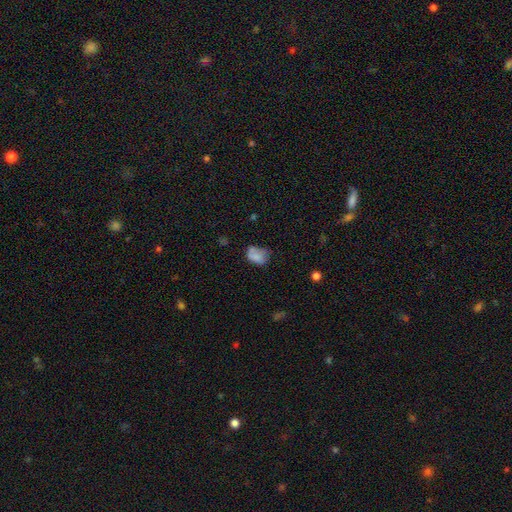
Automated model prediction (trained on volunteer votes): Smooth or featured? Predicted: smooth (p=0.74). How rounded? Predicted: in between (p=0.77). Merging? Predicted: none (p=0.41).